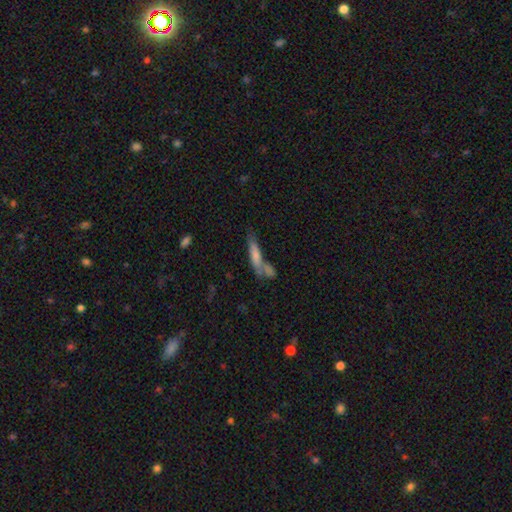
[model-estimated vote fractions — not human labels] A smooth galaxy with no disk features (66%) that is cigar-shaped (77%). Merging: none (40%).